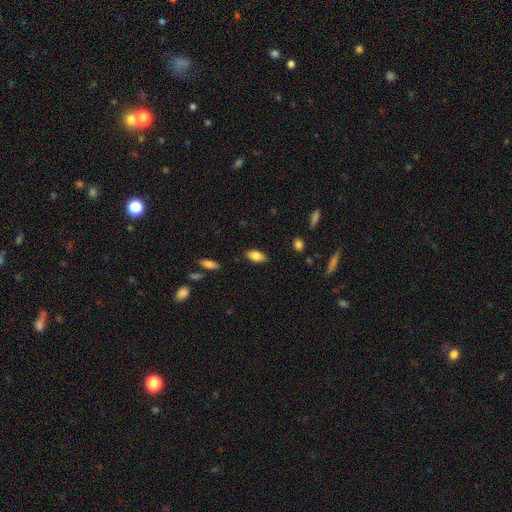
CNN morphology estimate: type=smooth (81%); roundness=in between (91%); merging=none (85%).